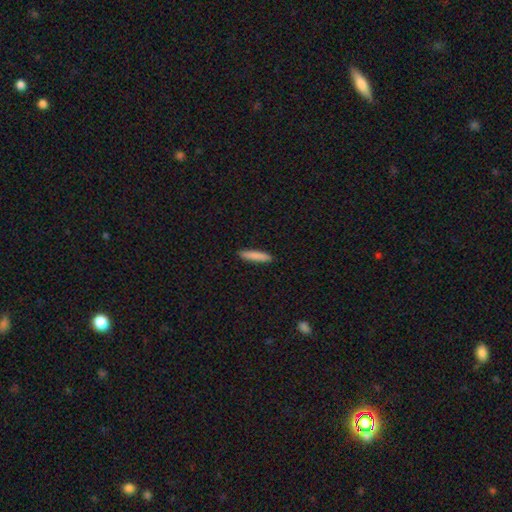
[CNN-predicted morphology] A smooth galaxy with no disk features (86%) that is cigar-shaped (88%). Merging: none (92%).